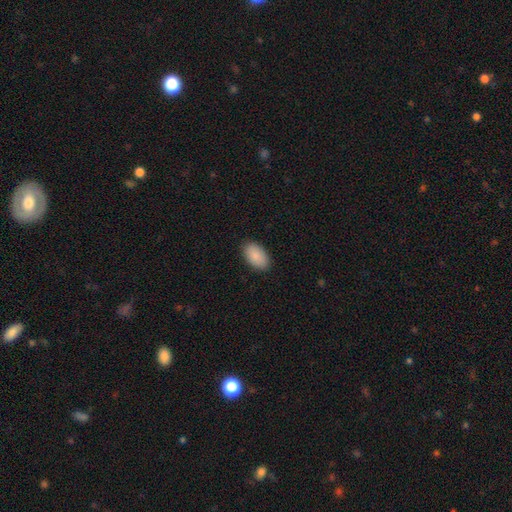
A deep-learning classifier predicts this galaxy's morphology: Smooth or featured? Predicted: smooth (p=0.90). How rounded? Predicted: in between (p=0.95). Merging? Predicted: none (p=0.89).